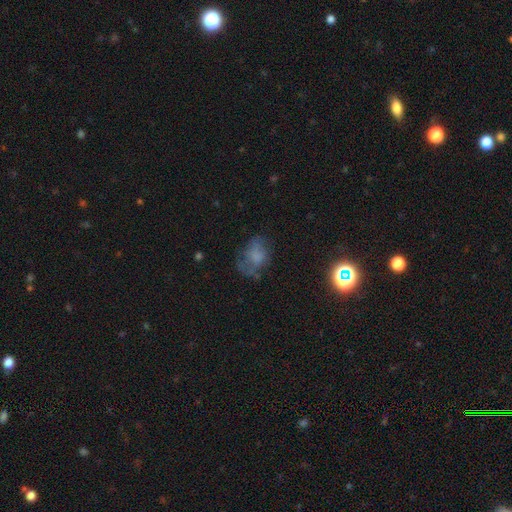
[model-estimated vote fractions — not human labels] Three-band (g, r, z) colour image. It shows a smooth galaxy with no disk features (50%) that is in between round and cigar-shaped (63%). Merging: none (44%).